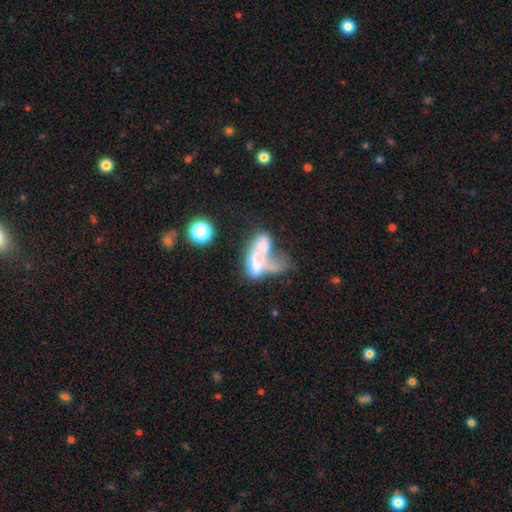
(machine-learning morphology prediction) A featured or disk galaxy (46%).

Vote fractions:
- Smooth or featured? featured or disk: 46% / smooth: 41% / star or artifact: 13%
- Merging? merger: 62% / major disturbance: 22% / none: 10% / minor disturbance: 7%